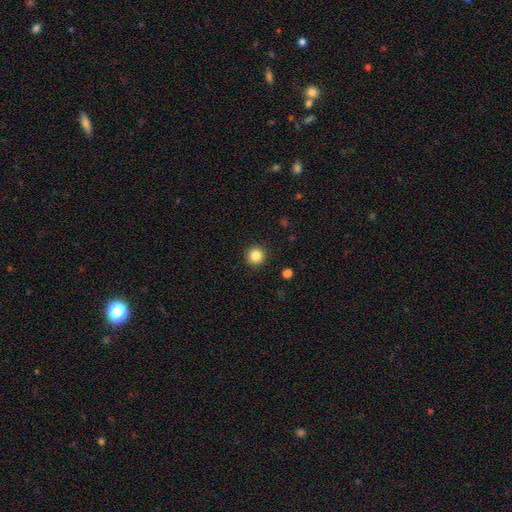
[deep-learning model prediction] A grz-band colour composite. It shows a smooth galaxy with no disk features (85%) that is round (95%). Merging: none (93%).